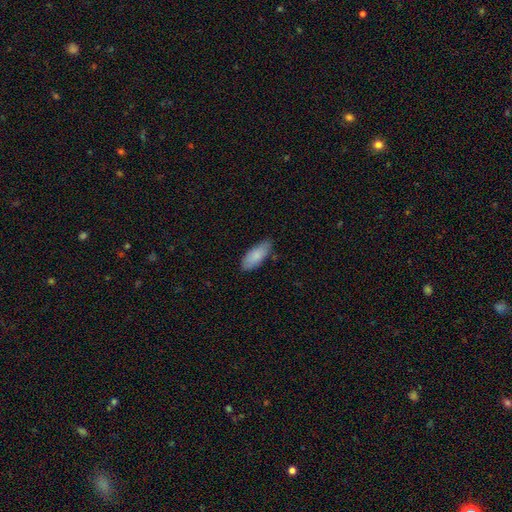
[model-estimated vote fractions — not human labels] The model was most divided on "how rounded": in between: 78%, cigar-shaped: 20%, round: 2%. More confident: smooth or featured — smooth (85%); merging — none (78%).